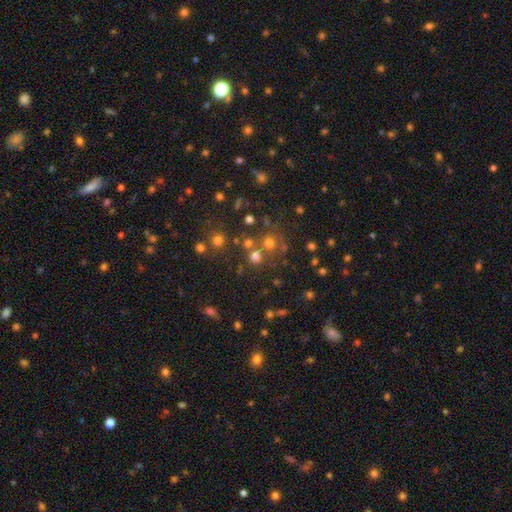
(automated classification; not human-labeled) smooth-or-featured: smooth: 56% | star or artifact: 34% | featured or disk: 11%
  how-rounded: round: 90% | in between: 9% | cigar-shaped: 1%
  merging: none: 67% | merger: 22% | minor disturbance: 7% | major disturbance: 4%